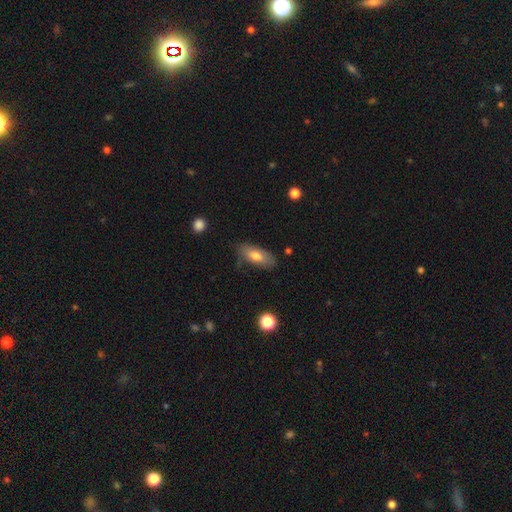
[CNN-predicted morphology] smooth_or_featured: smooth (p=0.74) [alt: featured or disk p=0.19]
how_rounded: in between (p=0.81) [alt: cigar-shaped p=0.17]
merging: none (p=0.75) [alt: minor disturbance p=0.19]